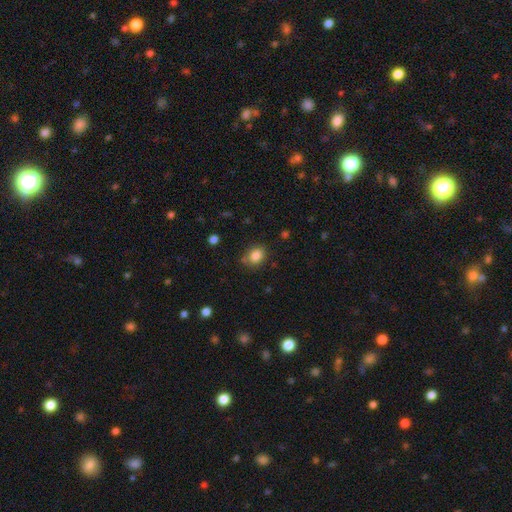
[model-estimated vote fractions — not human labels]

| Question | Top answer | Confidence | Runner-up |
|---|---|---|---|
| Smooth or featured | smooth | 84% | star or artifact (10%) |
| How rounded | in between | 54% | round (45%) |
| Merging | none | 74% | minor disturbance (18%) |